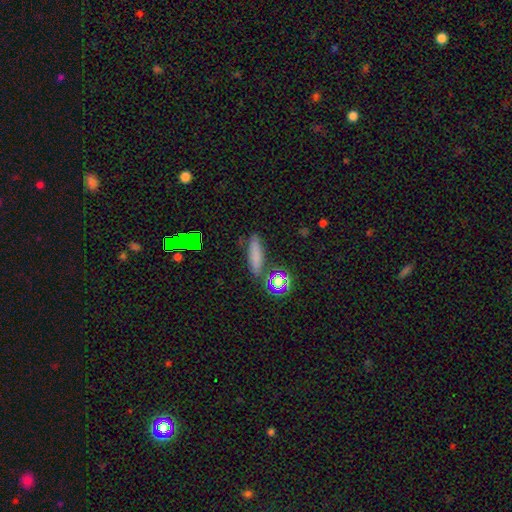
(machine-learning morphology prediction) smooth 73%, star or artifact 15%, featured or disk 12%. Down the decision tree: how rounded — cigar-shaped (73%); merging — none (78%).